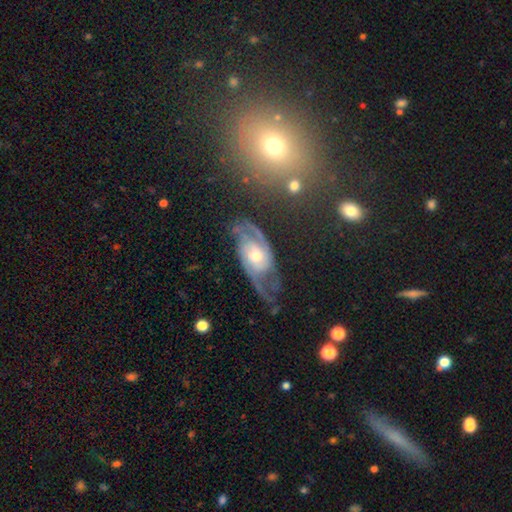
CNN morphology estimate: featured or disk 85%, smooth 8%, star or artifact 6%. Down the decision tree: edge-on disk — no (94%); bar — no (61%); spiral arms — yes (96%); spiral arm count — 2 (72%); spiral winding — medium (45%); bulge size — moderate (69%); merging — none (60%).